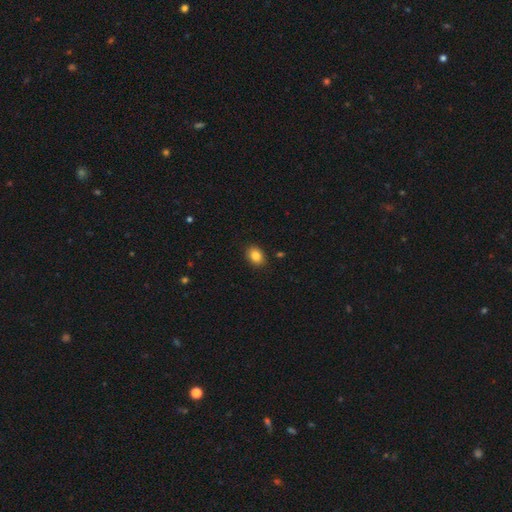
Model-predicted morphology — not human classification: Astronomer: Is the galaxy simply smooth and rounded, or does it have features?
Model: smooth — 84%.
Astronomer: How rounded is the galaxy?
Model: in between — 67%.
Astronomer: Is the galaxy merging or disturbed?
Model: none — 89%.